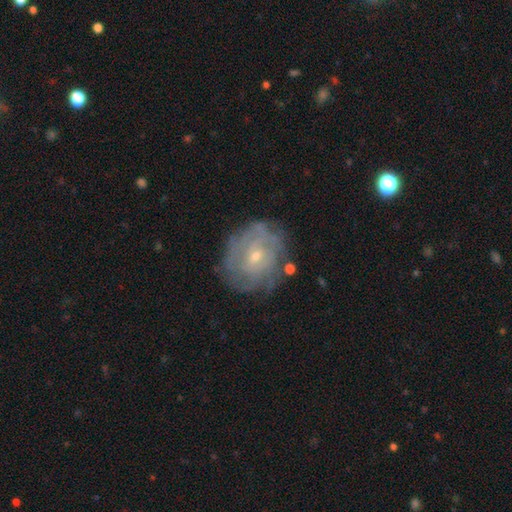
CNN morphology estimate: Smooth or featured? Predicted: featured or disk (p=0.70). Edge-on disk? Predicted: no (p=0.97). Bar? Predicted: no (p=0.67). Spiral arms? Predicted: yes (p=0.74). Spiral winding? Predicted: tight (p=0.68). Spiral arm count? Predicted: can't tell (p=0.60). Bulge size? Predicted: small (p=0.70). Merging? Predicted: none (p=0.72).